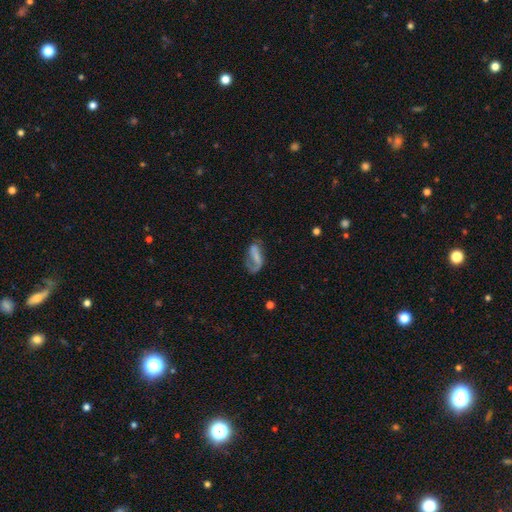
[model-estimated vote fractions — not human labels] The model was most divided on "merging": major disturbance: 39%, none: 33%, minor disturbance: 24%, merger: 4%. More confident: edge-on disk — no (93%); smooth or featured — featured or disk (51%).